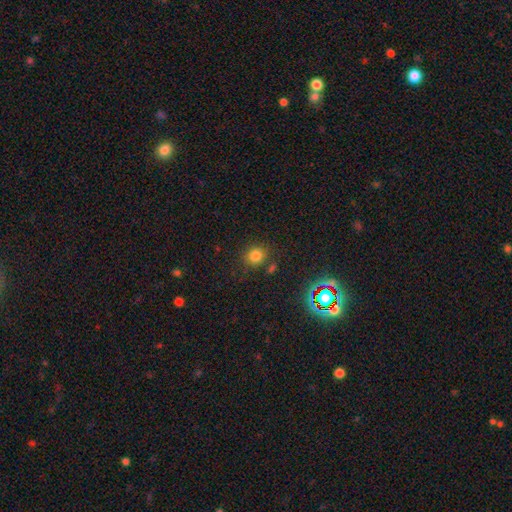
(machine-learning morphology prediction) Smooth or featured: smooth — 78% (star or artifact — 16%)
How rounded: round — 76% (in between — 23%)
Merging: none — 77% (minor disturbance — 12%)